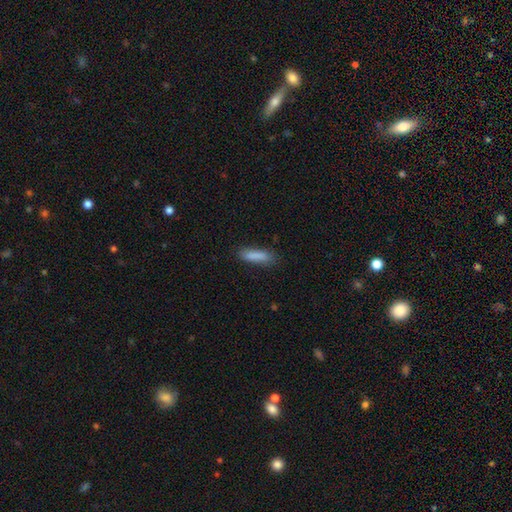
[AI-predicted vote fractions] Smooth or featured? Predicted: smooth (p=0.85). How rounded? Predicted: cigar-shaped (p=0.66). Merging? Predicted: none (p=0.78).